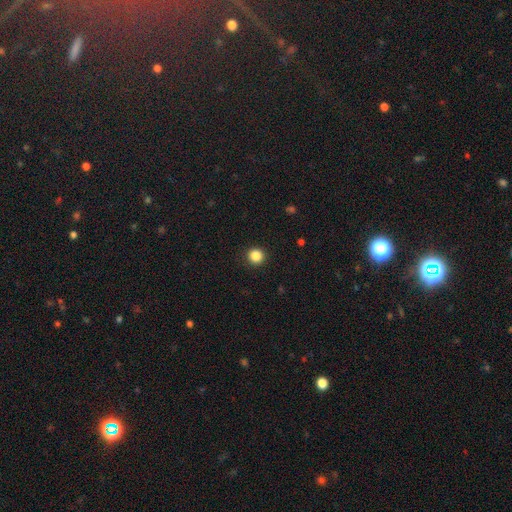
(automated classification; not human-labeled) A smooth galaxy with no disk features (87%) that is round (94%). Merging: none (92%).